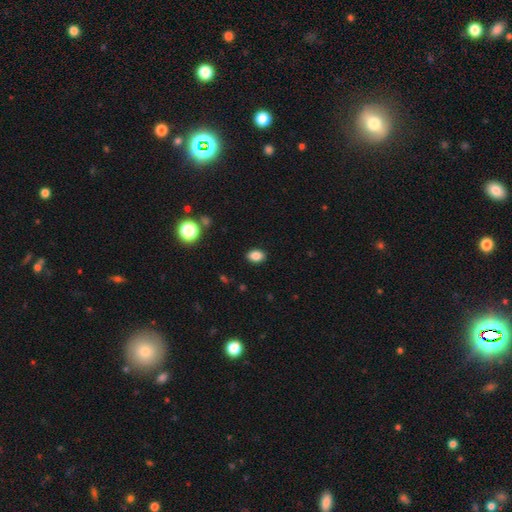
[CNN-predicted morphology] Overall: smooth (86%). How rounded: in between (77%). Merging: none (89%).